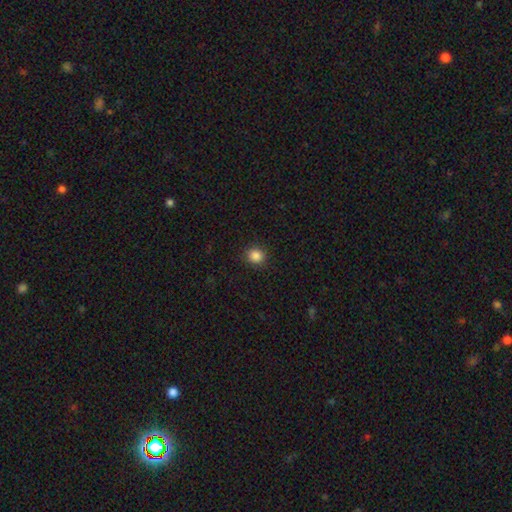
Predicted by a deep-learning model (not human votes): smooth 86%, star or artifact 11%, featured or disk 3%. Down the decision tree: how rounded — round (88%); merging — none (91%).